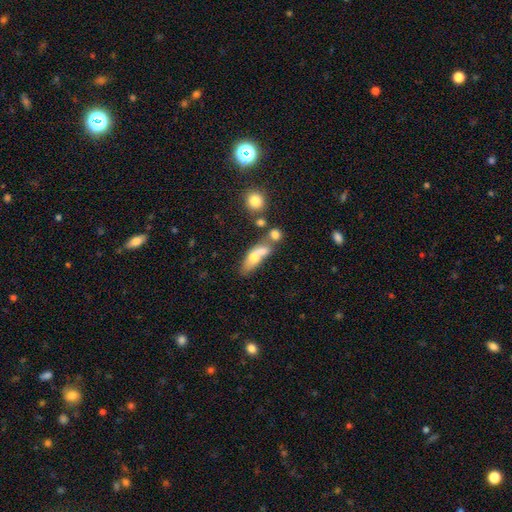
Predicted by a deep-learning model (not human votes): Q: Smooth or featured?
A: smooth (63%); runner-up: featured or disk (27%)
Q: How rounded?
A: in between (65%); runner-up: cigar-shaped (23%)
Q: Merging?
A: merger (50%); runner-up: none (27%)